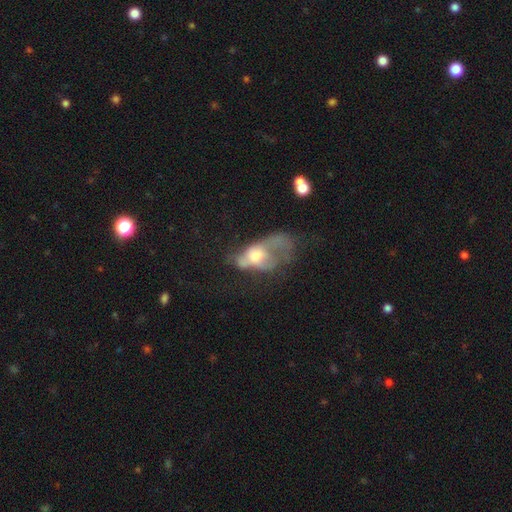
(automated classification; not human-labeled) Smooth or featured: featured or disk — 49% (smooth — 41%)
Merging: major disturbance — 59% (none — 16%)